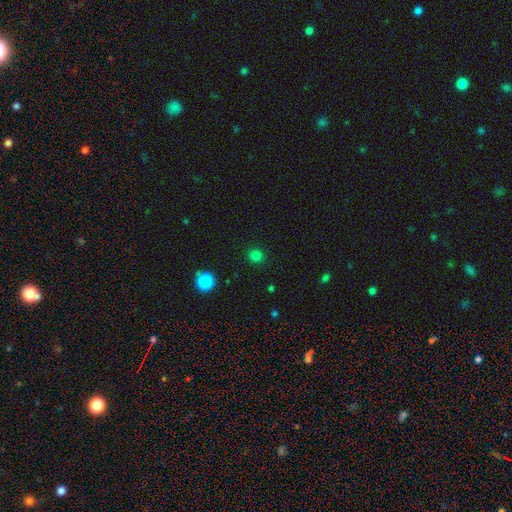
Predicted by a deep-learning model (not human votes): The model was most divided on "smooth or featured": smooth: 81%, star or artifact: 16%, featured or disk: 3%. More confident: how rounded — round (92%); merging — none (91%).